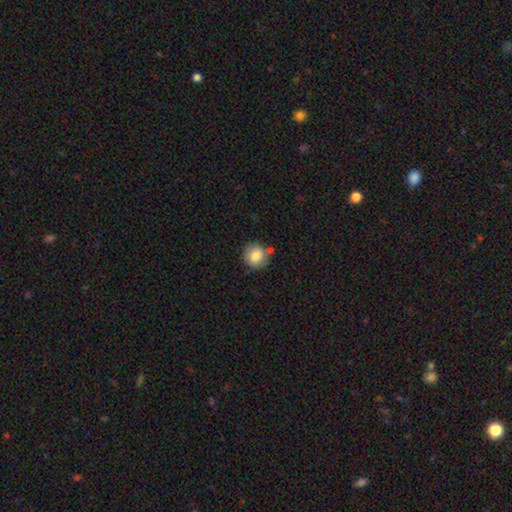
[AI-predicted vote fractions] Overall: smooth (82%). How rounded: round (90%). Merging: none (74%).